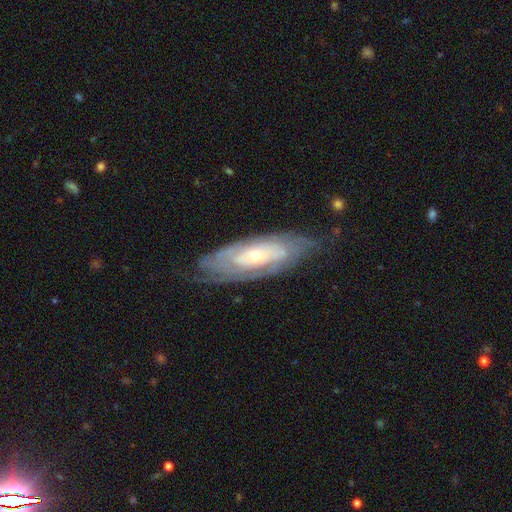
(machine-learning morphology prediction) The model was most divided on "bulge size": small: 57%, moderate: 39%, large: 2%, none: 1%, dominant: 1%. More confident: edge-on disk — no (84%); spiral arms — yes (84%); smooth or featured — featured or disk (78%); spiral winding — tight (74%); bar — no (74%); merging — none (71%); spiral arm count — can't tell (62%).